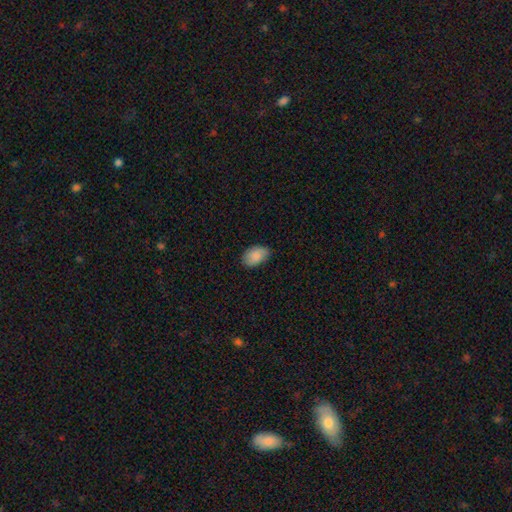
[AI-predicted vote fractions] smooth-or-featured: smooth: 88% | star or artifact: 7% | featured or disk: 6%
  how-rounded: in between: 90% | round: 9% | cigar-shaped: 1%
  merging: none: 75% | minor disturbance: 21% | major disturbance: 3% | merger: 1%